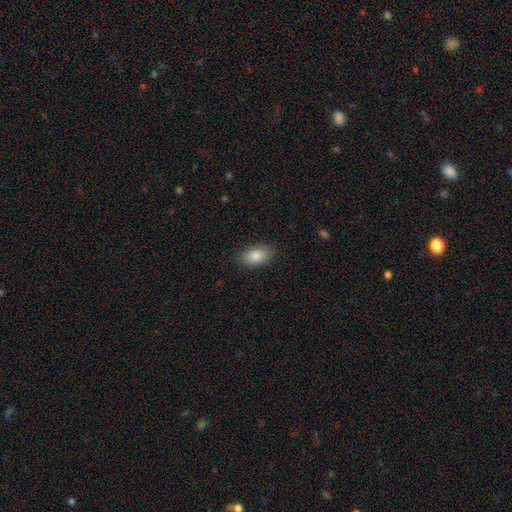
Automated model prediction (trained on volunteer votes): Smooth or featured? smooth (84%)
How rounded? in between (92%)
Merging? none (87%)